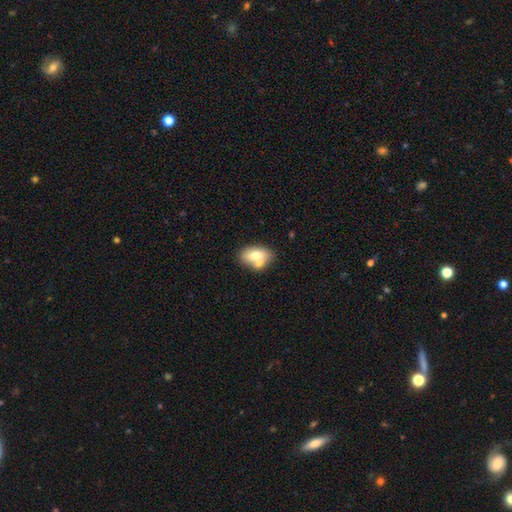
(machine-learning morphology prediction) smooth-or-featured: smooth: 67% | featured or disk: 25% | star or artifact: 7%
  how-rounded: in between: 85% | round: 12% | cigar-shaped: 3%
  merging: none: 49% | merger: 33% | minor disturbance: 14% | major disturbance: 4%